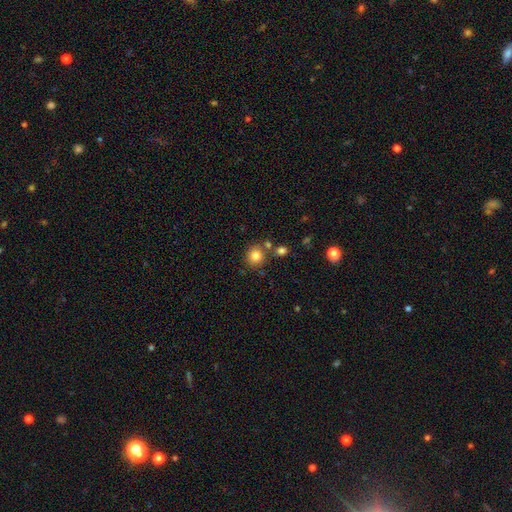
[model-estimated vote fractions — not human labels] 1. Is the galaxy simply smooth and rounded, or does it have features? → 82% smooth, 12% star or artifact, 6% featured or disk.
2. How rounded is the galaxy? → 89% round, 10% in between, 1% cigar-shaped.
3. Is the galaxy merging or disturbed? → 75% none, 13% merger, 9% minor disturbance, 3% major disturbance.